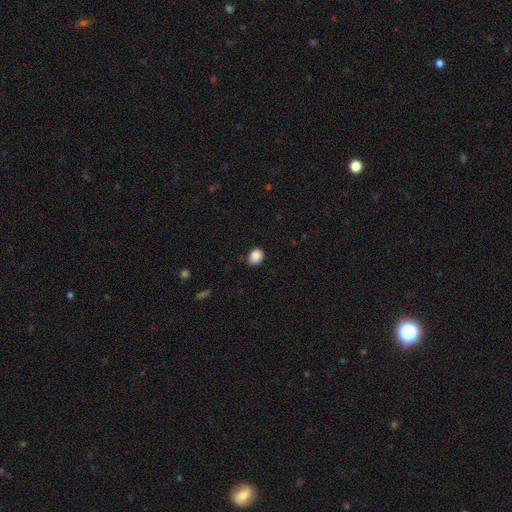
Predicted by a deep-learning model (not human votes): smooth 88%, star or artifact 9%, featured or disk 3%. Down the decision tree: how rounded — round (51%); merging — none (81%).